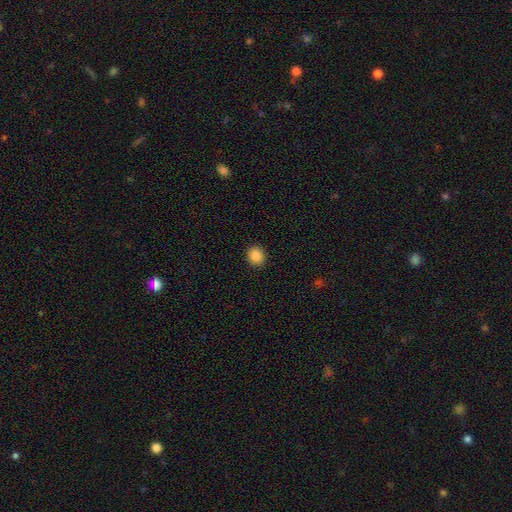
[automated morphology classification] A smooth galaxy with no disk features (87%) that is round (81%). Merging: none (92%).